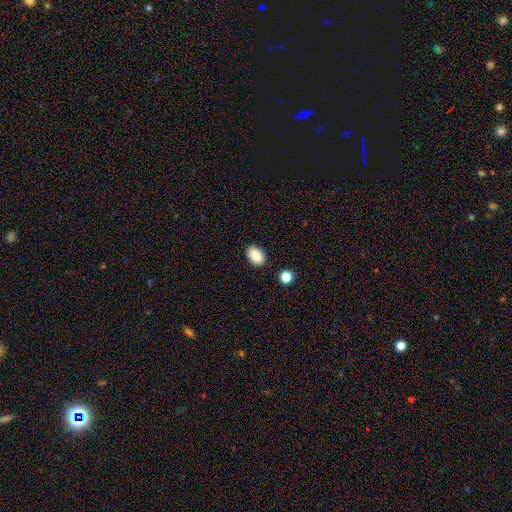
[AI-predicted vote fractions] smooth-or-featured: smooth: 87% | star or artifact: 8% | featured or disk: 5%
  how-rounded: in between: 88% | round: 11% | cigar-shaped: 1%
  merging: none: 87% | minor disturbance: 8% | merger: 2% | major disturbance: 2%